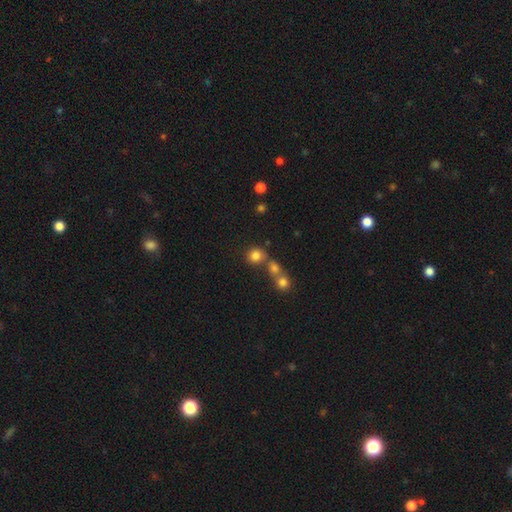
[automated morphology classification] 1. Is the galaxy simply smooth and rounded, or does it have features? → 80% smooth, 13% star or artifact, 7% featured or disk.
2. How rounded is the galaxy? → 86% round, 13% in between, 1% cigar-shaped.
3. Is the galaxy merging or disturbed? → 57% none, 30% merger, 8% minor disturbance, 4% major disturbance.